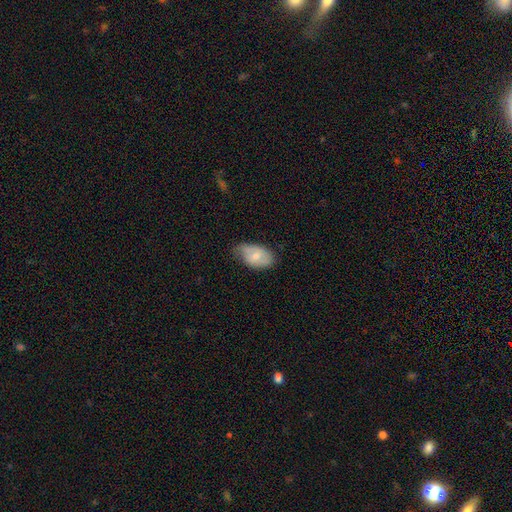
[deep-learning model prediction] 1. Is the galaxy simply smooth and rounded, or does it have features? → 68% smooth, 25% featured or disk, 6% star or artifact.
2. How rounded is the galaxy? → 92% in between, 7% round, 2% cigar-shaped.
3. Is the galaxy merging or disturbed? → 53% none, 38% minor disturbance, 8% major disturbance, 1% merger.